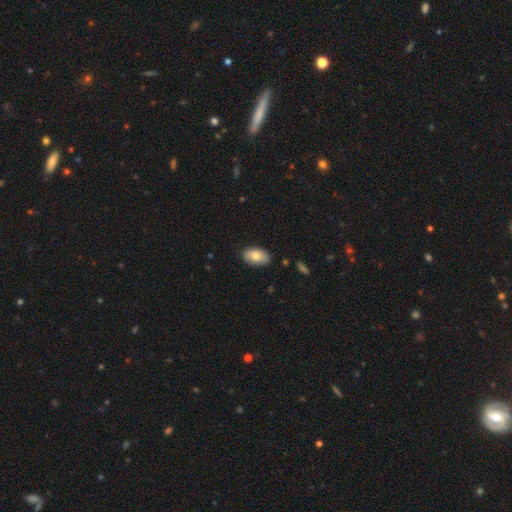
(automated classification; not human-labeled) This is likely a smooth galaxy (76%). How rounded: clearly in between (93%). Merging: clearly none (83%).